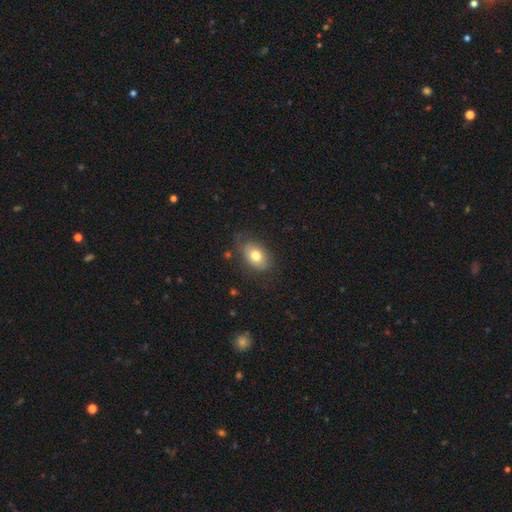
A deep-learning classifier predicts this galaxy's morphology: This is likely a smooth galaxy (73%). How rounded: clearly in between (82%). Merging: likely none (70%).